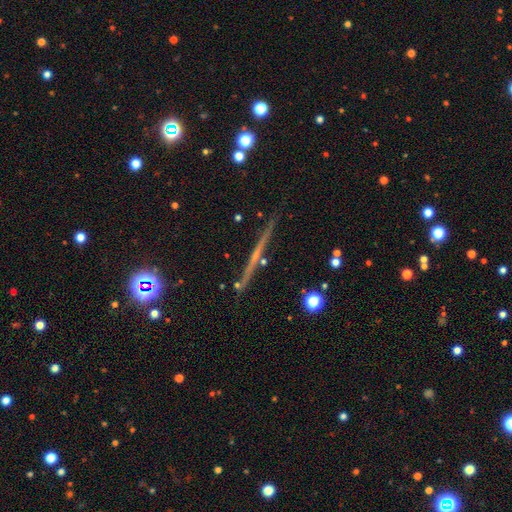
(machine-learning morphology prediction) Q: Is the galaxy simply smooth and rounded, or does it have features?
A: featured or disk — 46%.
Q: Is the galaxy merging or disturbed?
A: none — 79%.